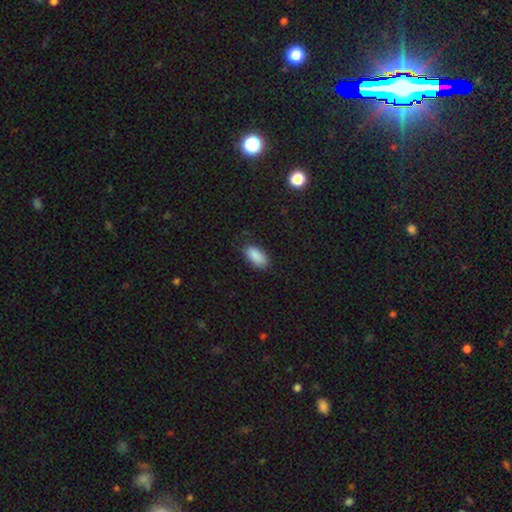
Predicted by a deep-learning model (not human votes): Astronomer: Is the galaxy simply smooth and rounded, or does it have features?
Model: smooth — 89%.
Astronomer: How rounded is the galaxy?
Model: in between — 92%.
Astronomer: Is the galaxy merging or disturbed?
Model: none — 77%.